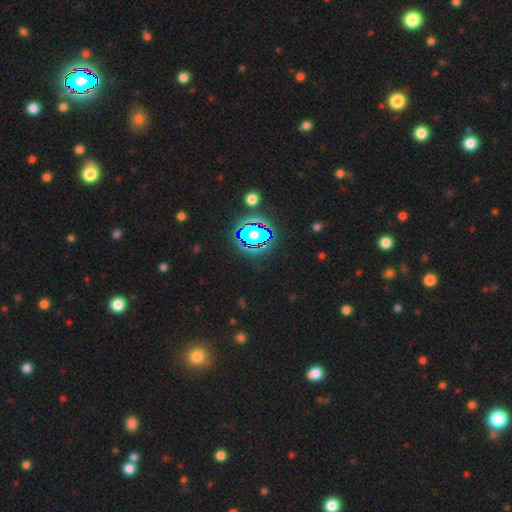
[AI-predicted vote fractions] star or artifact 77%, smooth 15%, featured or disk 8%.